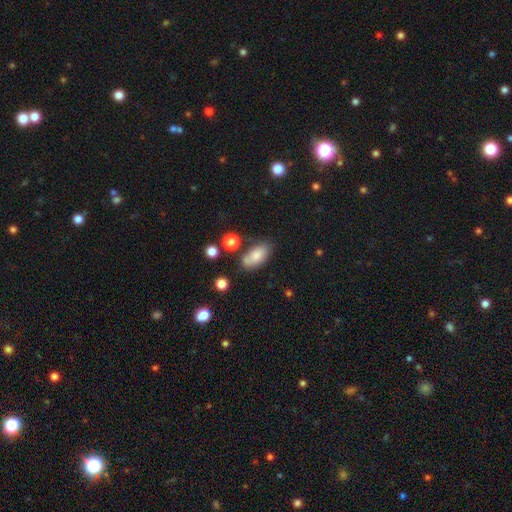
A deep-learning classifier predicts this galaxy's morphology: Smooth or featured: smooth — 78% (featured or disk — 13%)
How rounded: in between — 90% (cigar-shaped — 5%)
Merging: none — 62% (minor disturbance — 21%)